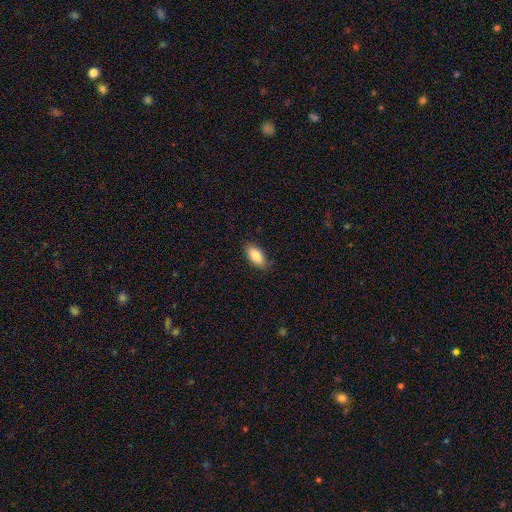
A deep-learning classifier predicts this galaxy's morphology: Q: Smooth or featured?
A: smooth (84%); runner-up: featured or disk (9%)
Q: How rounded?
A: in between (89%); runner-up: cigar-shaped (7%)
Q: Merging?
A: none (82%); runner-up: minor disturbance (15%)